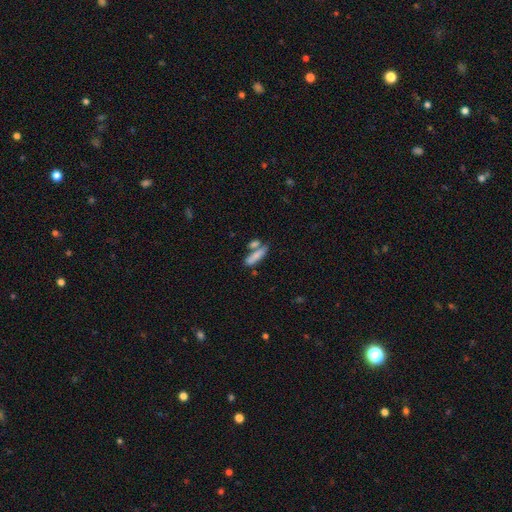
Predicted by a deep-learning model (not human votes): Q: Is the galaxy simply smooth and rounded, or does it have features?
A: smooth — 79%.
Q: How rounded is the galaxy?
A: cigar-shaped — 54%.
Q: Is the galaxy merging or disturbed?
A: none — 48%.